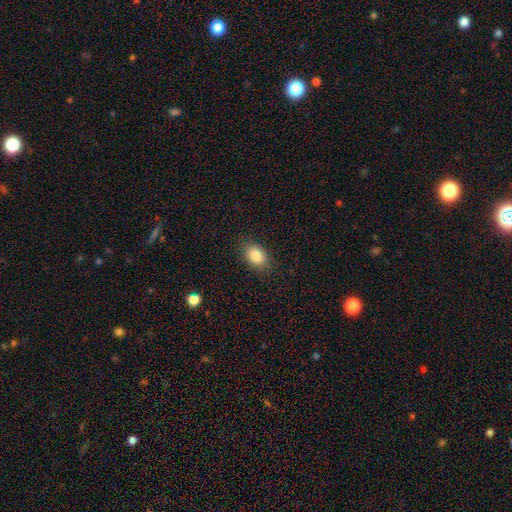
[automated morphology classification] type=smooth (84%); roundness=in between (79%); merging=none (86%).